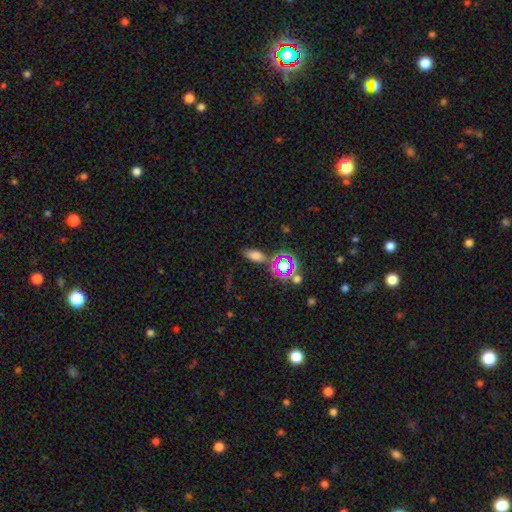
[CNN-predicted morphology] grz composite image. It shows a smooth galaxy with no disk features (64%) that is in between round and cigar-shaped (76%). Merging: none (73%).